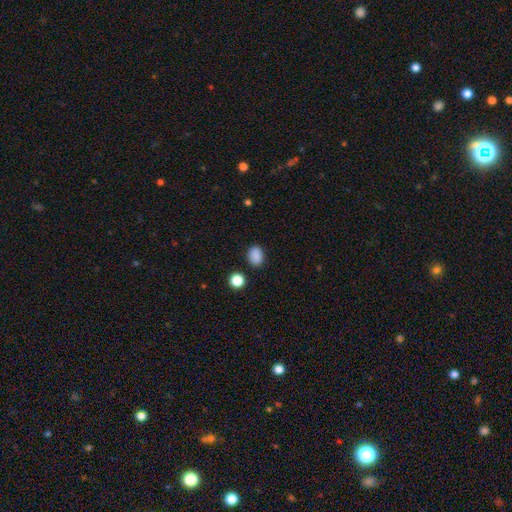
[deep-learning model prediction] This appears to be a smooth galaxy with no disk features (87%) that is in between round and cigar-shaped (71%). Merging: none (86%).